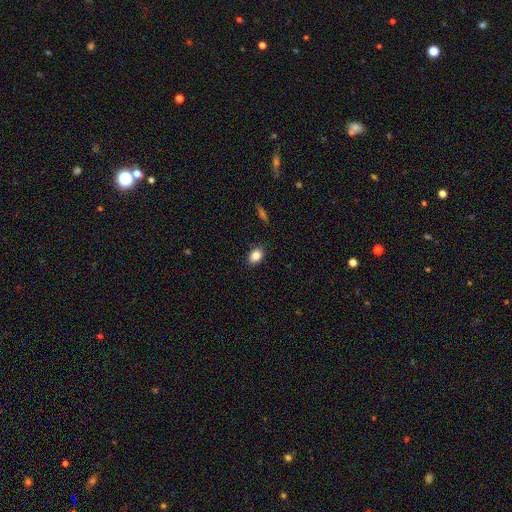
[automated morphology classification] This is clearly a smooth galaxy (86%). How rounded: likely in between (76%). Merging: clearly none (86%).